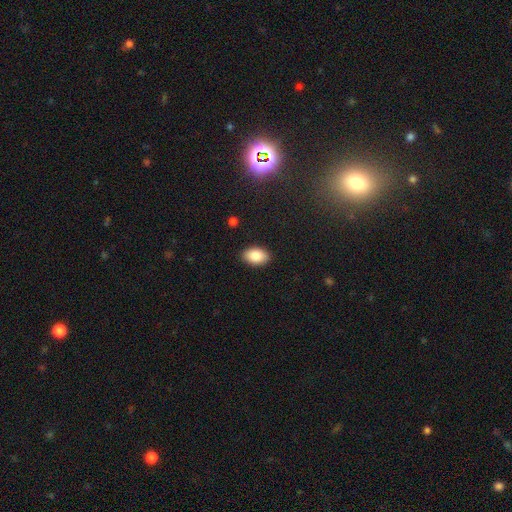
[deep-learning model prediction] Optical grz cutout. It shows a smooth galaxy with no disk features (85%) that is in between round and cigar-shaped (91%). Merging: none (89%).